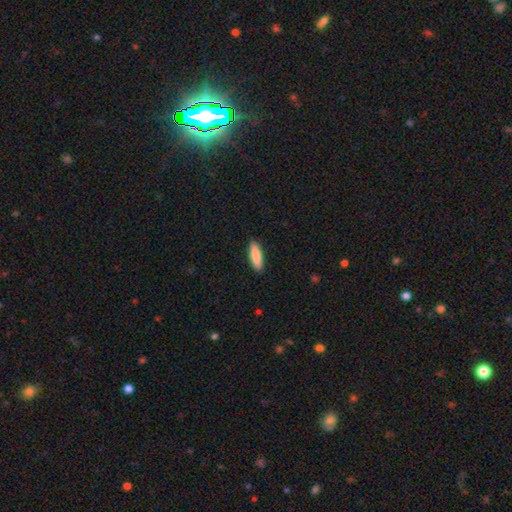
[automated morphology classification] smooth-or-featured: smooth: 88% | featured or disk: 7% | star or artifact: 5%
  how-rounded: cigar-shaped: 51% | in between: 48% | round: 2%
  merging: none: 90% | minor disturbance: 8% | major disturbance: 2% | merger: 1%